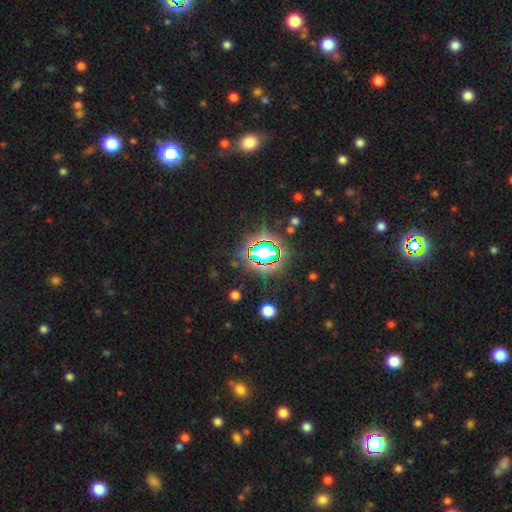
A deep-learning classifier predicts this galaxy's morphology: star or artifact 74%, smooth 16%, featured or disk 10%.